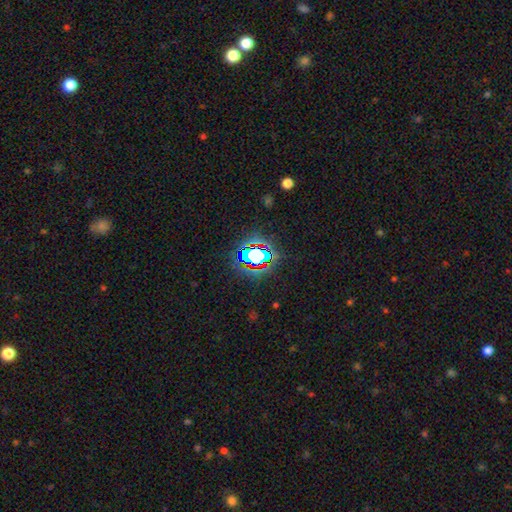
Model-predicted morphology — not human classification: The model was most divided on "smooth or featured": star or artifact: 66%, smooth: 21%, featured or disk: 12%.